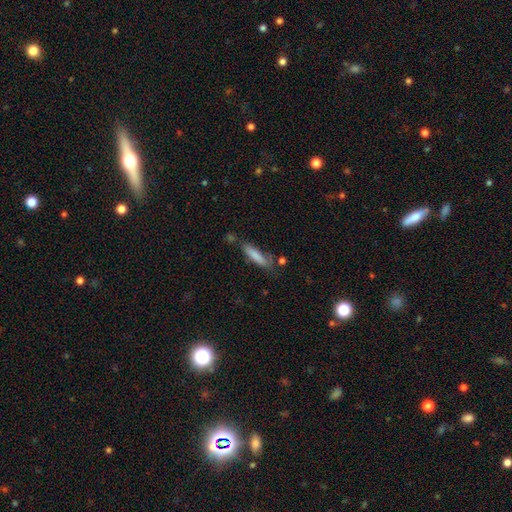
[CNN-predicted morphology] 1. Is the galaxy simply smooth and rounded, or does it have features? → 79% smooth, 15% featured or disk, 7% star or artifact.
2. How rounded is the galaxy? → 76% cigar-shaped, 22% in between, 2% round.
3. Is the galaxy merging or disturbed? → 63% none, 21% minor disturbance, 8% merger, 7% major disturbance.